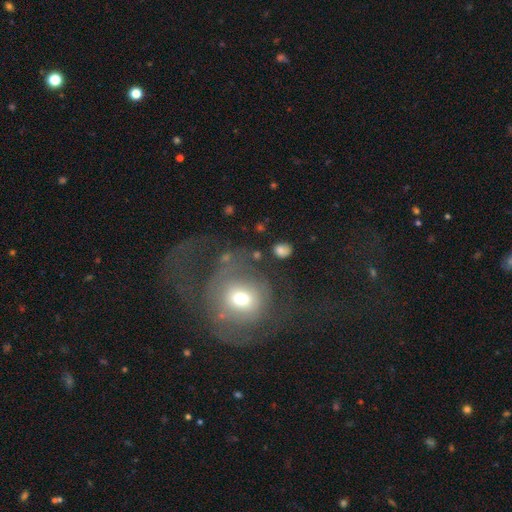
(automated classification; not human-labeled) This is possibly a featured or disk galaxy (46%). Merging: possibly major disturbance (48%).